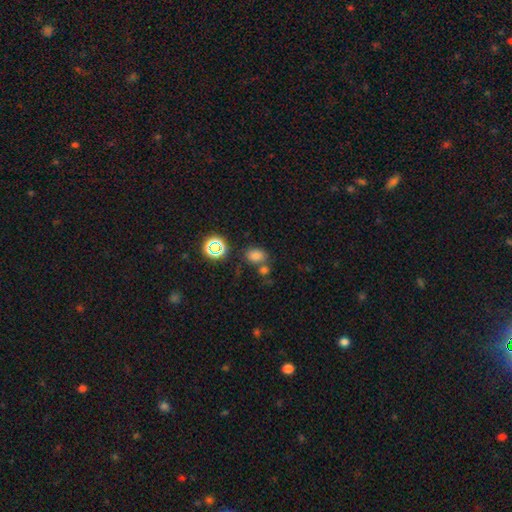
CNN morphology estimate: A smooth galaxy with no disk features (71%) that is in between round and cigar-shaped (68%). Merging: none (59%).